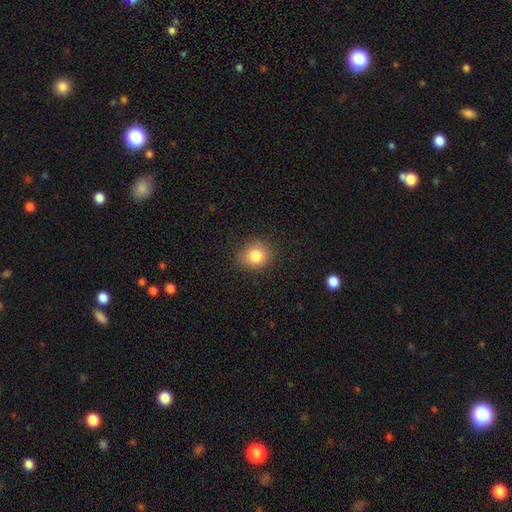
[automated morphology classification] Smooth or featured? smooth (83%)
How rounded? round (79%)
Merging? none (85%)